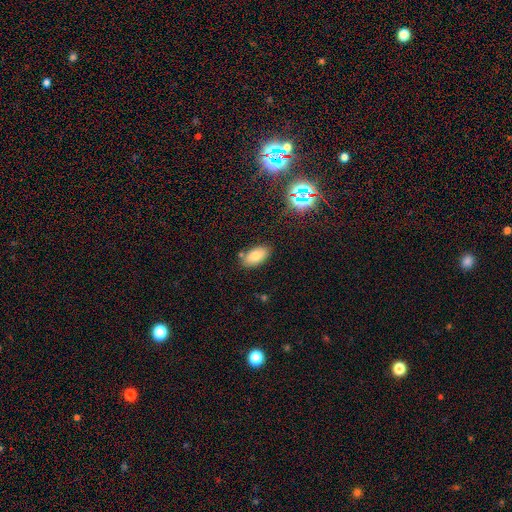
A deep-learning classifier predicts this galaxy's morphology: type=smooth (79%); roundness=in between (93%); merging=none (80%).